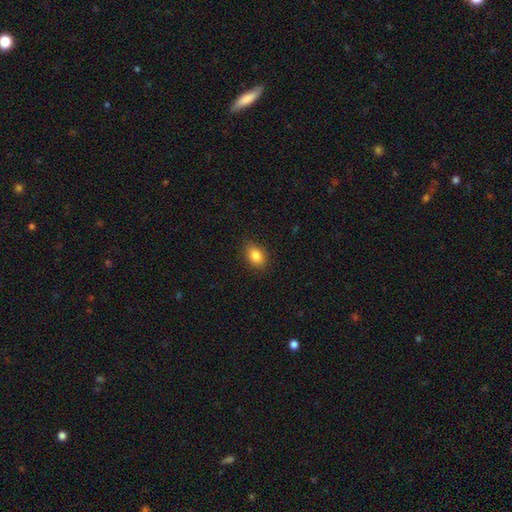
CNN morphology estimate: A smooth galaxy with no disk features (85%) that is in between round and cigar-shaped (78%). Merging: none (86%).